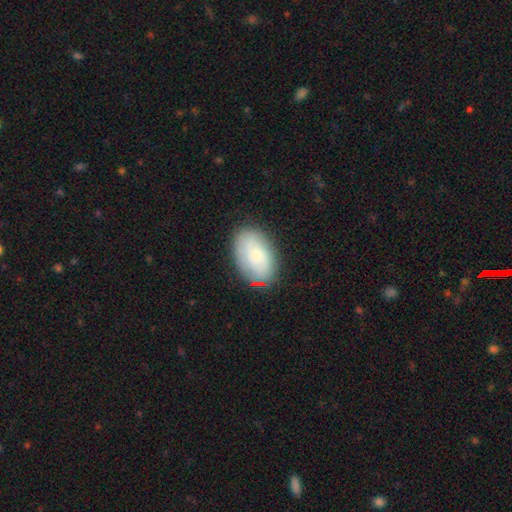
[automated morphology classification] Q: Smooth or featured?
A: smooth (72%); runner-up: featured or disk (21%)
Q: How rounded?
A: in between (91%); runner-up: round (8%)
Q: Merging?
A: none (78%); runner-up: minor disturbance (15%)